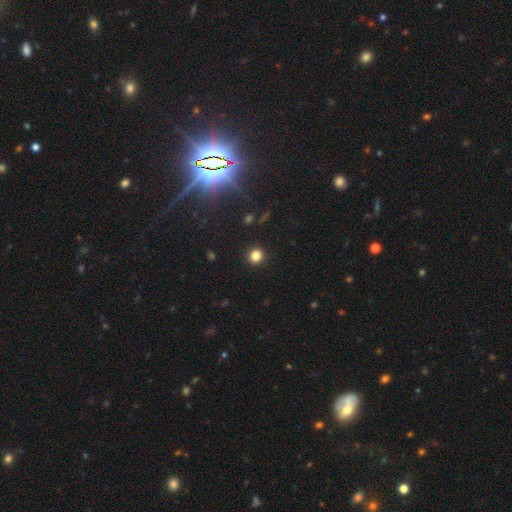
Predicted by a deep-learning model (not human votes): Morphology: type=smooth (82%); roundness=round (89%); merging=none (92%).